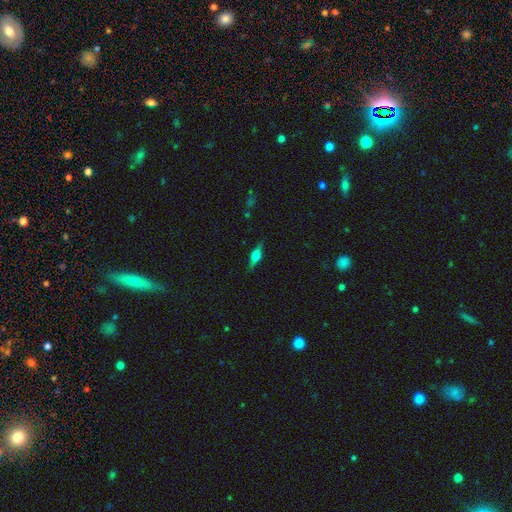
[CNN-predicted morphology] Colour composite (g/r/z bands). It shows a featured or disk galaxy (60%) viewed edge-on (96%) with a rounded central bulge (90%). Merging: none (86%).